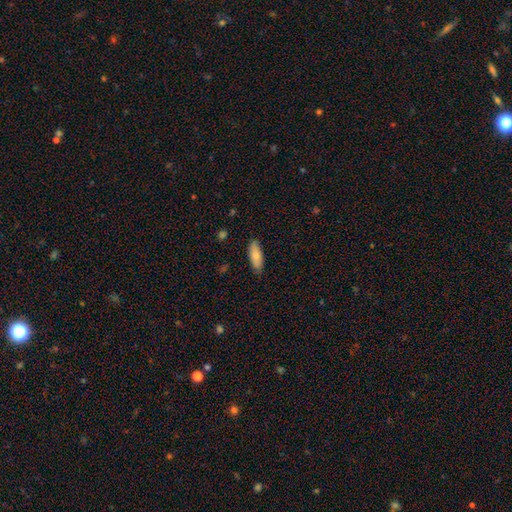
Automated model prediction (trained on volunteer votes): smooth_or_featured: smooth (p=0.78) [alt: featured or disk p=0.16]
how_rounded: in between (p=0.74) [alt: cigar-shaped p=0.24]
merging: none (p=0.84) [alt: minor disturbance p=0.13]